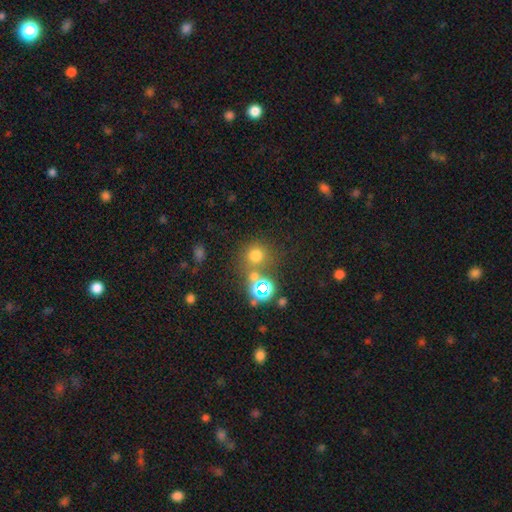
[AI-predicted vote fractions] A smooth galaxy with no disk features (67%) that is round (89%).

Vote fractions:
- Smooth or featured? smooth: 67% / star or artifact: 26% / featured or disk: 7%
- How rounded? round: 89% / in between: 10% / cigar-shaped: 1%
- Merging? none: 67% / merger: 18% / minor disturbance: 9% / major disturbance: 5%